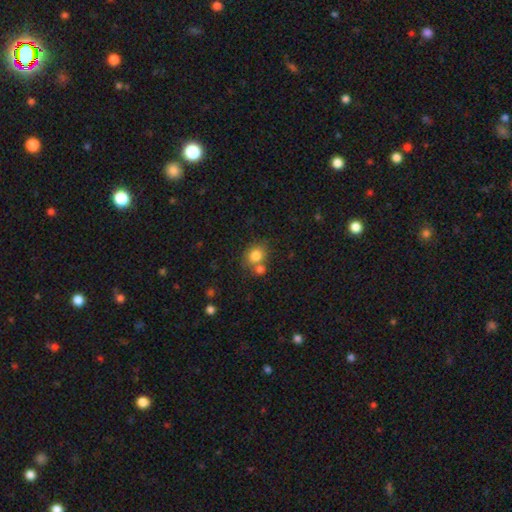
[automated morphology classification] type=smooth (81%); roundness=round (66%); merging=none (55%).